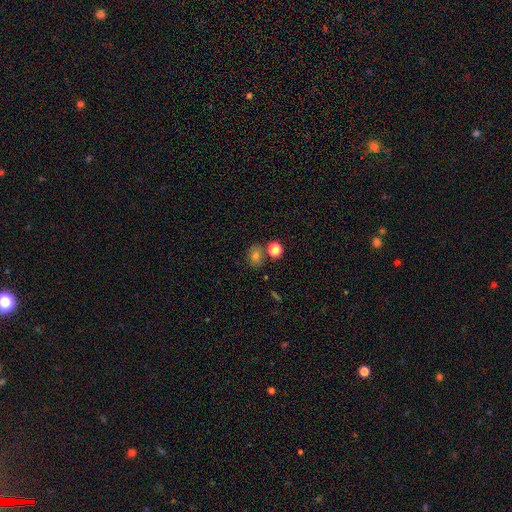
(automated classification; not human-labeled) The model was most divided on "how rounded": round: 52%, in between: 47%, cigar-shaped: 1%. More confident: smooth or featured — smooth (73%); merging — none (71%).